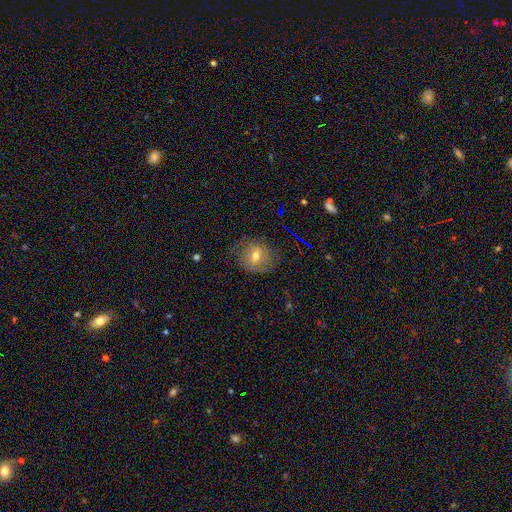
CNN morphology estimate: smooth_or_featured: smooth (p=0.48) [alt: featured or disk p=0.37]
merging: none (p=0.67) [alt: minor disturbance p=0.22]